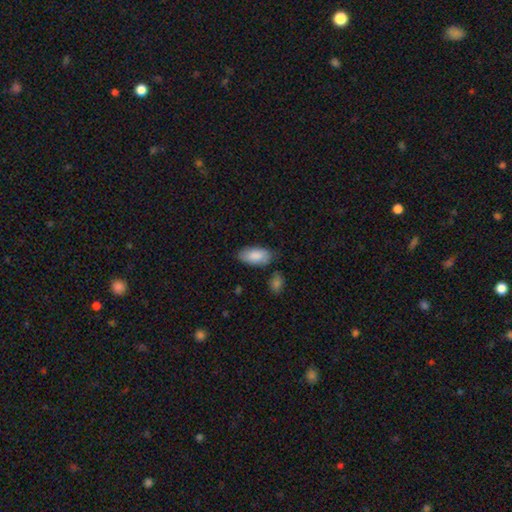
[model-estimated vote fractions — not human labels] This appears to be a smooth galaxy with no disk features (87%) that is in between round and cigar-shaped (94%). Merging: none (76%).